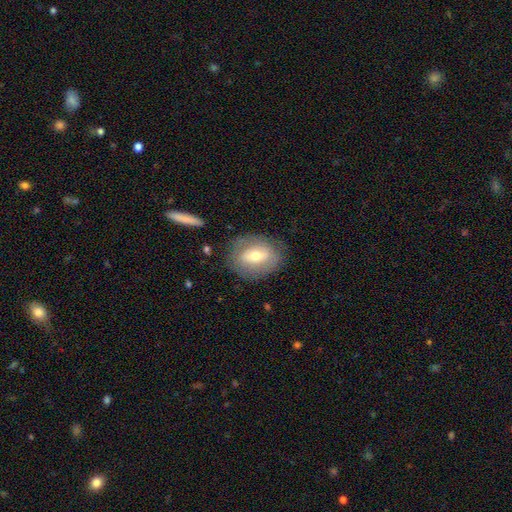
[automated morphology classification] Overall: featured or disk (47%; smooth 45%). Merging: none (77%).